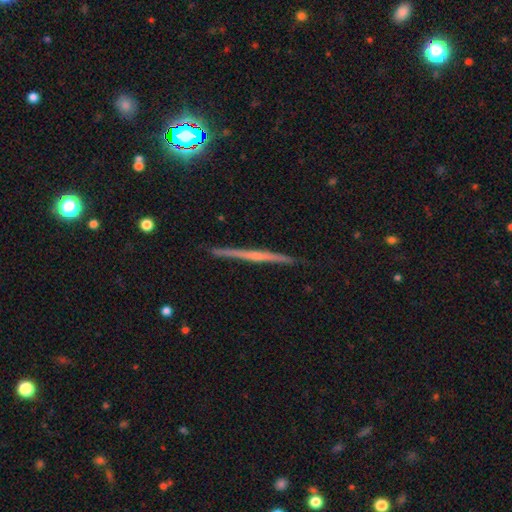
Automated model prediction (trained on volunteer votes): Smooth or featured? Predicted: featured or disk (p=0.72). Edge-on disk? Predicted: yes (p=0.98). Edge-on bulge? Predicted: none (p=0.49). Merging? Predicted: none (p=0.91).